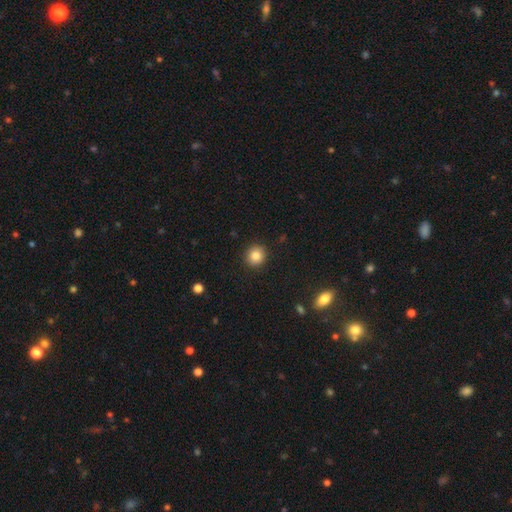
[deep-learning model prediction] Smooth or featured? smooth (84%)
How rounded? round (89%)
Merging? none (90%)